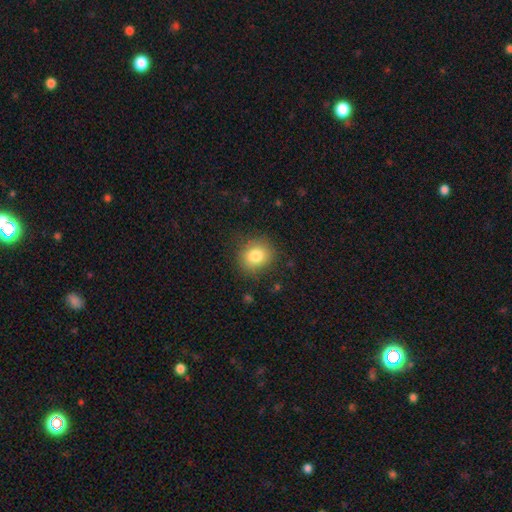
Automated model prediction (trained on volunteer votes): smooth-or-featured: smooth: 82% | star or artifact: 10% | featured or disk: 8%
  how-rounded: round: 75% | in between: 24% | cigar-shaped: 1%
  merging: none: 83% | minor disturbance: 12% | major disturbance: 4% | merger: 1%